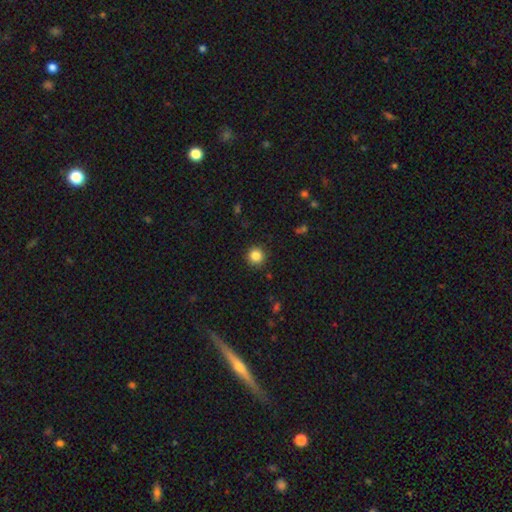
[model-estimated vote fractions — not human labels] Smooth or featured? smooth (85%)
How rounded? round (95%)
Merging? none (91%)